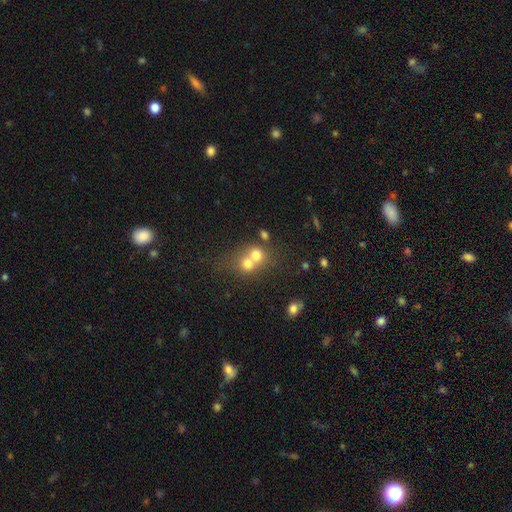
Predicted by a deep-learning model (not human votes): A smooth galaxy with no disk features (69%) that is round (75%).

Vote fractions:
- Smooth or featured? smooth: 69% / featured or disk: 18% / star or artifact: 13%
- How rounded? round: 75% / in between: 24% / cigar-shaped: 1%
- Merging? merger: 68% / none: 24% / minor disturbance: 5% / major disturbance: 3%